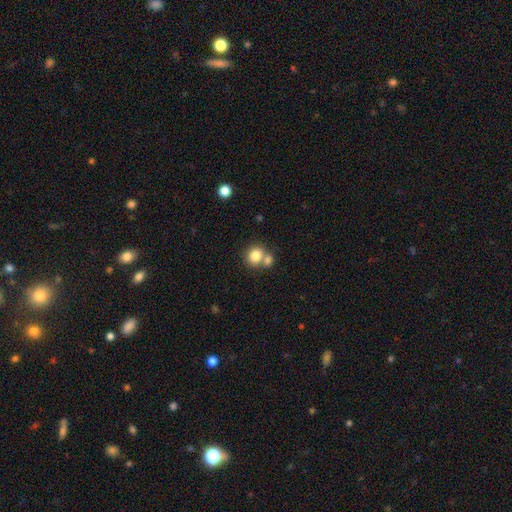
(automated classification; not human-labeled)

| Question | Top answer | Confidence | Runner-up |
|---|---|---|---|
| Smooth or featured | smooth | 81% | star or artifact (10%) |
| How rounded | round | 78% | in between (21%) |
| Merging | none | 50% | merger (39%) |